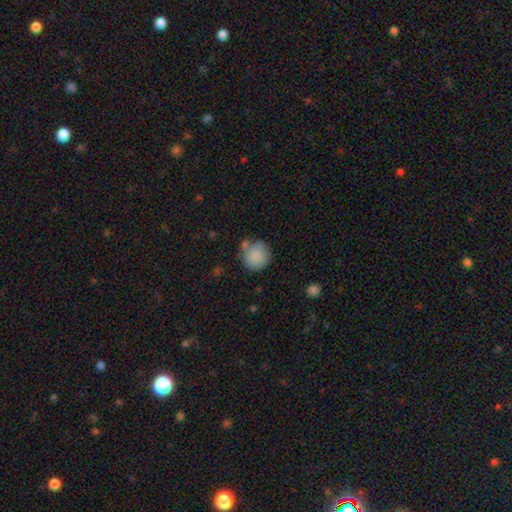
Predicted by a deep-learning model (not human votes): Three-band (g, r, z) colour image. It shows a smooth galaxy with no disk features (85%) that is round (88%). Merging: none (60%).